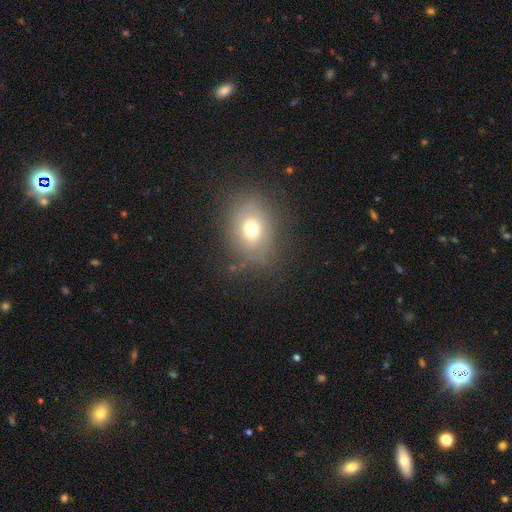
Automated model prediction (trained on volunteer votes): smooth-or-featured: smooth: 64% | star or artifact: 20% | featured or disk: 17%
  how-rounded: in between: 51% | round: 48% | cigar-shaped: 1%
  merging: none: 80% | minor disturbance: 14% | major disturbance: 5% | merger: 1%